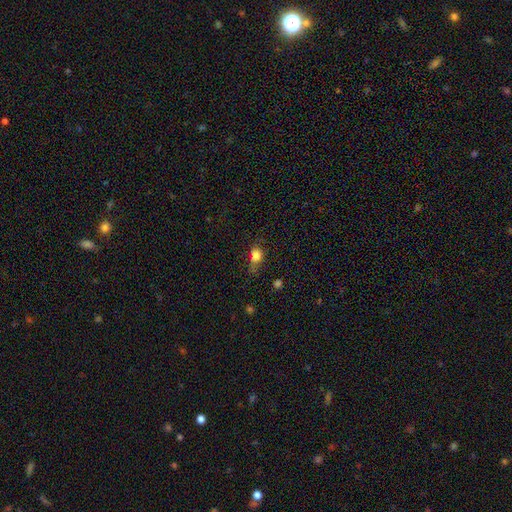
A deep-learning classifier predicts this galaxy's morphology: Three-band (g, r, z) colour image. It shows a smooth galaxy with no disk features (80%) that is in between round and cigar-shaped (52%). Merging: none (51%).